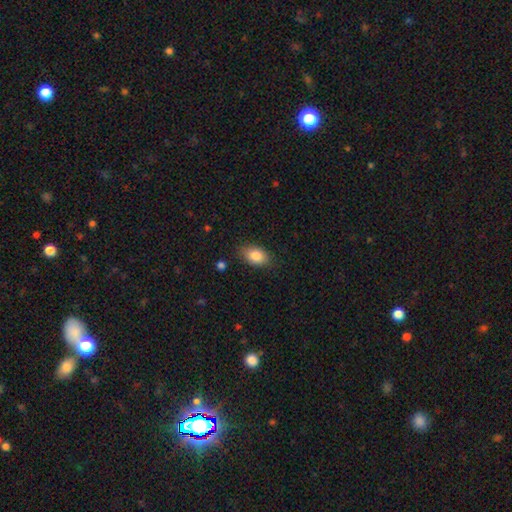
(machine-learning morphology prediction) Smooth or featured: smooth — 85% (star or artifact — 8%)
How rounded: in between — 87% (round — 11%)
Merging: none — 83% (minor disturbance — 13%)